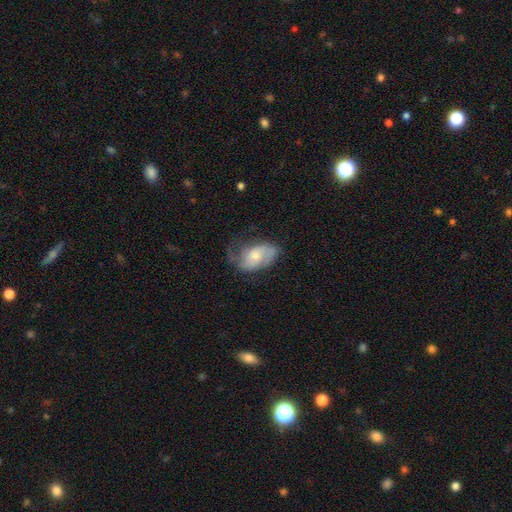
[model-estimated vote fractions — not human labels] This appears to be a featured or disk galaxy (56%) with no bar (67%), spiral arms (83%) and a moderate central bulge (47%). Merging: none (43%).